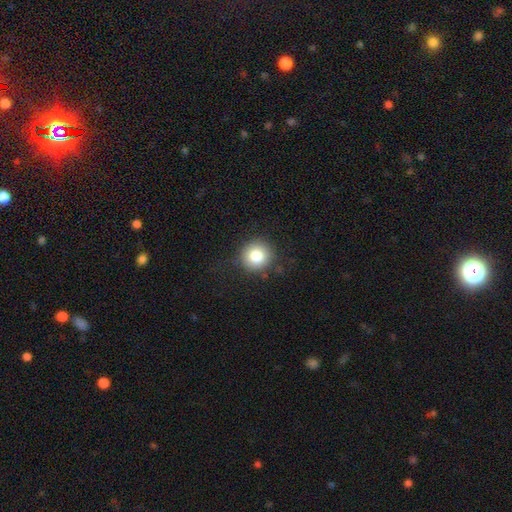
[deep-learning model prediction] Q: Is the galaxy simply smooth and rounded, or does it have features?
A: smooth — 81%.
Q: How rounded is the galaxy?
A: round — 93%.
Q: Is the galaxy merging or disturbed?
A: none — 87%.